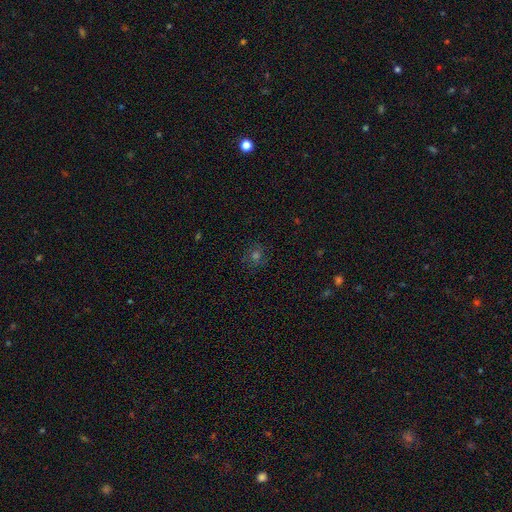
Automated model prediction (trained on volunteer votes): Morphology: type=smooth (43%); merging=none (84%).